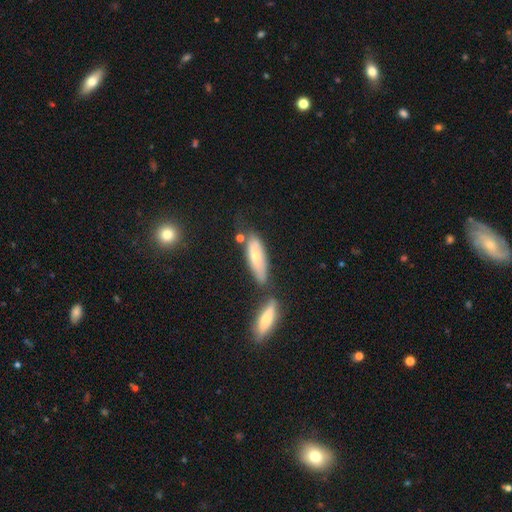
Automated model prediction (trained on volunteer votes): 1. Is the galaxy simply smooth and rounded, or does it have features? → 57% smooth, 36% featured or disk, 7% star or artifact.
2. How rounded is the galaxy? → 51% in between, 46% cigar-shaped, 2% round.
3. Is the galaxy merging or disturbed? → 54% none, 20% merger, 20% minor disturbance, 7% major disturbance.